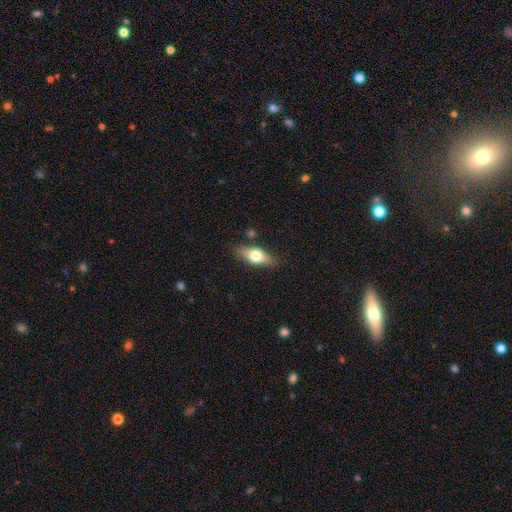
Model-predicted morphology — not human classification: This appears to be a smooth galaxy with no disk features (52%) that is in between round and cigar-shaped (70%). Merging: none (80%).